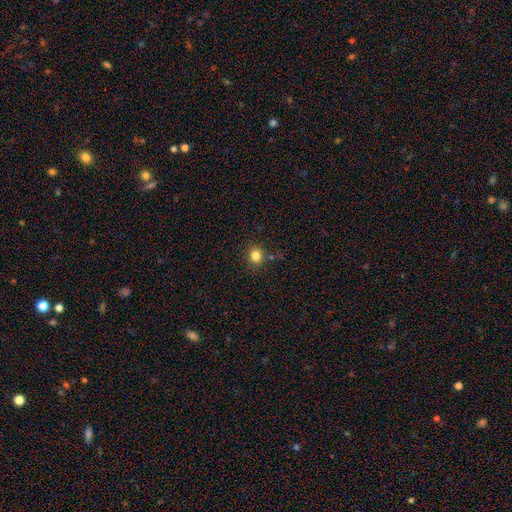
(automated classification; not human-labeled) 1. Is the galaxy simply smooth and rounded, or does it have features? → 82% smooth, 13% star or artifact, 5% featured or disk.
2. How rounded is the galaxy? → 81% round, 18% in between, 1% cigar-shaped.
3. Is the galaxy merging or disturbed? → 81% none, 10% minor disturbance, 5% merger, 3% major disturbance.